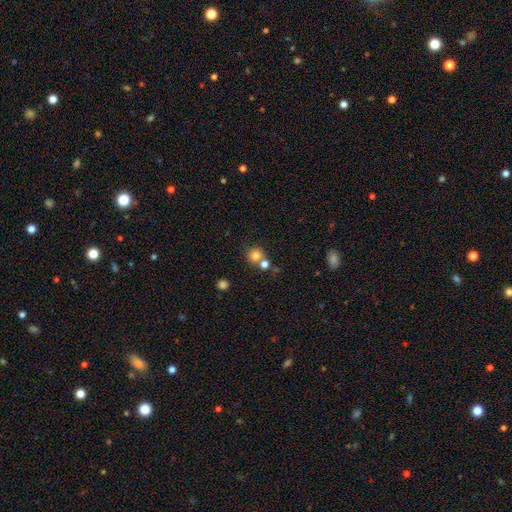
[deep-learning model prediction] Smooth or featured? Predicted: smooth (p=0.78). How rounded? Predicted: round (p=0.88). Merging? Predicted: none (p=0.59).